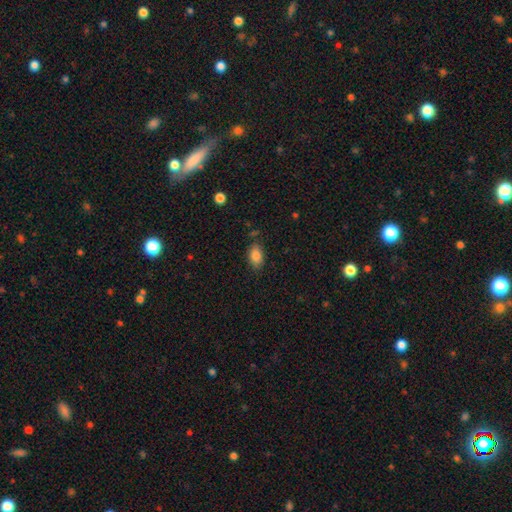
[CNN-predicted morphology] smooth 86%, star or artifact 8%, featured or disk 6%. Down the decision tree: how rounded — in between (89%); merging — none (79%).